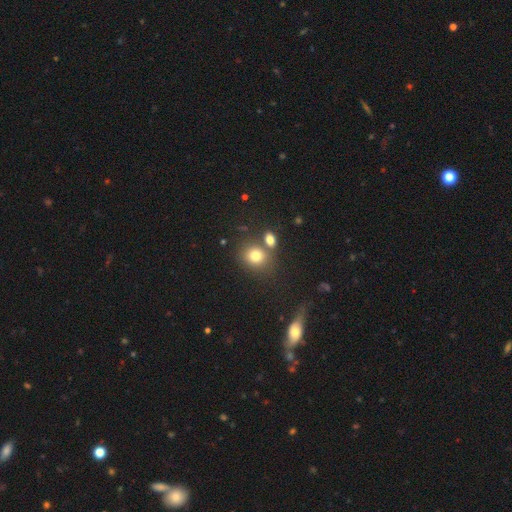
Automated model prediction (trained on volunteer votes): A smooth galaxy with no disk features (78%) that is round (71%).

Vote fractions:
- Smooth or featured? smooth: 78% / star or artifact: 12% / featured or disk: 9%
- How rounded? round: 71% / in between: 28% / cigar-shaped: 1%
- Merging? none: 61% / merger: 24% / minor disturbance: 11% / major disturbance: 4%